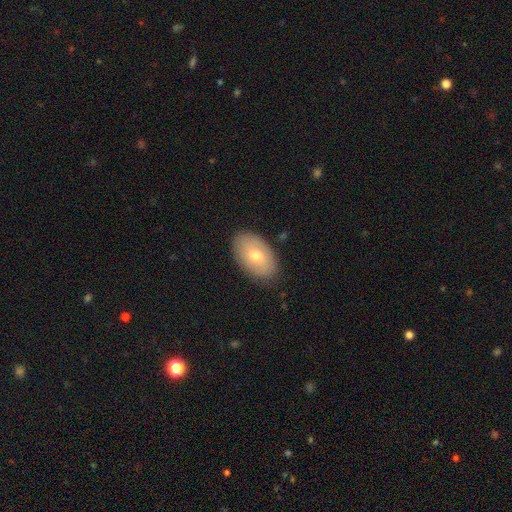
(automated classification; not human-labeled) smooth 64%, featured or disk 30%, star or artifact 6%. Down the decision tree: how rounded — in between (93%); merging — none (85%).